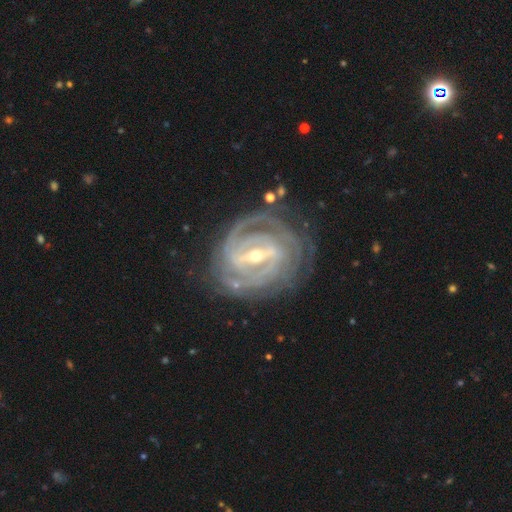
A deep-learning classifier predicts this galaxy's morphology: A featured or disk galaxy (92%) with a strong bar (69%), 2 (29%) tight (73%) spiral arms (97%) and a small central bulge (58%).

Vote fractions:
- Smooth or featured? featured or disk: 92% / star or artifact: 4% / smooth: 4%
- Edge-on disk? no: 96% / yes: 4%
- Bar? strong: 69% / weak: 25% / no: 6%
- Spiral arms? yes: 97% / no: 3%
- Spiral winding? tight: 73% / medium: 23% / loose: 4%
- Spiral arm count? 2: 29% / 3: 22% / can't tell: 21% / 4: 15% / more than 4: 7% / 1: 6%
- Bulge size? small: 58% / moderate: 39% / large: 2% / none: 1% / dominant: 1%
- Merging? none: 74% / minor disturbance: 16% / major disturbance: 8% / merger: 2%